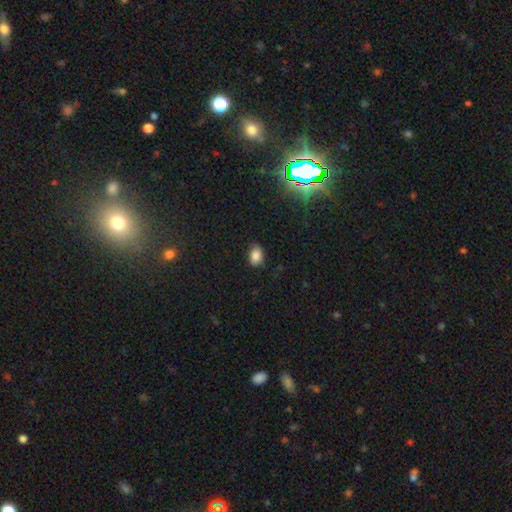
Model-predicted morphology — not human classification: Smooth or featured? Predicted: smooth (p=0.84). How rounded? Predicted: in between (p=0.80). Merging? Predicted: none (p=0.79).